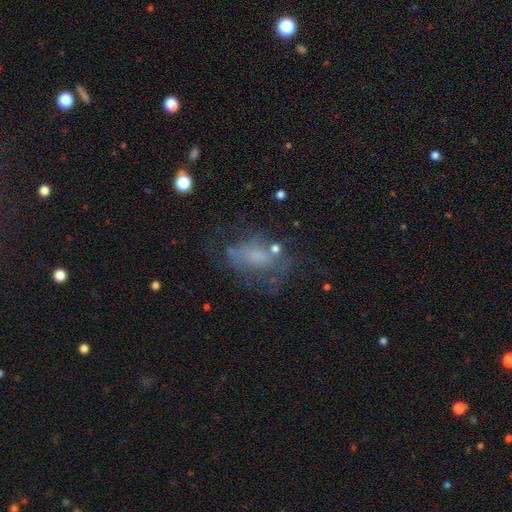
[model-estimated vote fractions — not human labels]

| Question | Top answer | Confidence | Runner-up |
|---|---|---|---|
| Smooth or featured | smooth | 45% | featured or disk (39%) |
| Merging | none | 42% | major disturbance (30%) |